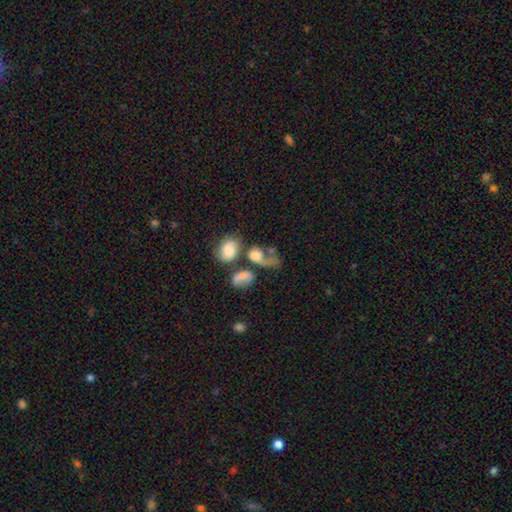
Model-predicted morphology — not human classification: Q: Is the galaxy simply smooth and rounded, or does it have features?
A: smooth — 62%.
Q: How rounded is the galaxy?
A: in between — 62%.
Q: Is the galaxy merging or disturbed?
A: merger — 38%.